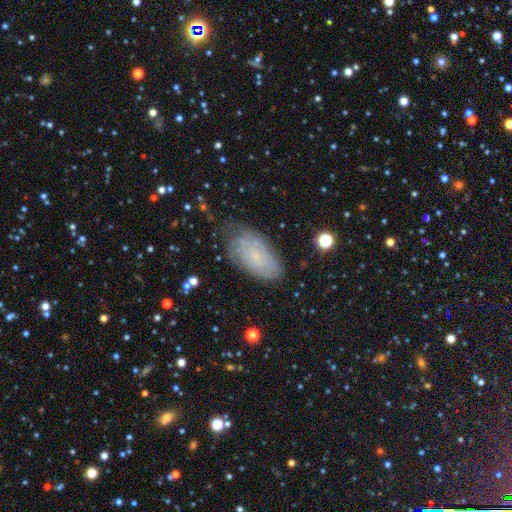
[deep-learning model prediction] Morphology: type=featured or disk (49%); merging=none (64%).